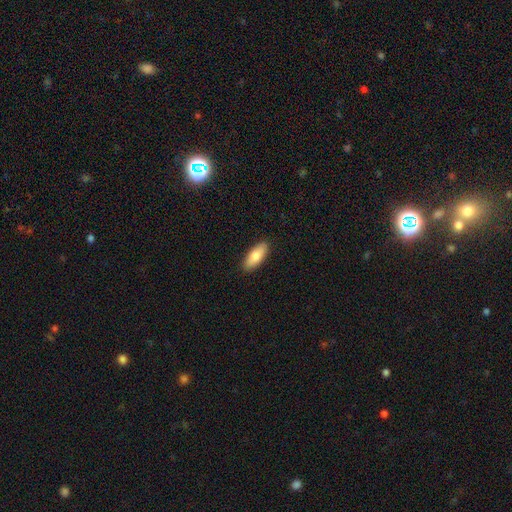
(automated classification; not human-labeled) Q: Smooth or featured?
A: smooth (80%); runner-up: featured or disk (14%)
Q: How rounded?
A: in between (78%); runner-up: cigar-shaped (20%)
Q: Merging?
A: none (89%); runner-up: minor disturbance (8%)